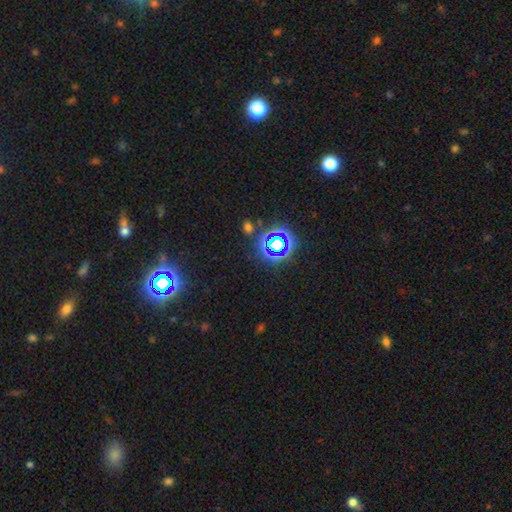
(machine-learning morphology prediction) Q: Smooth or featured?
A: star or artifact (62%); runner-up: smooth (32%)